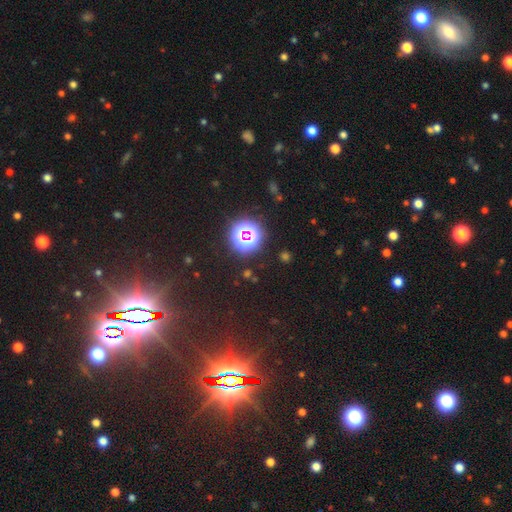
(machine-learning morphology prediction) This appears to be a star or artifact, not a galaxy (83%).